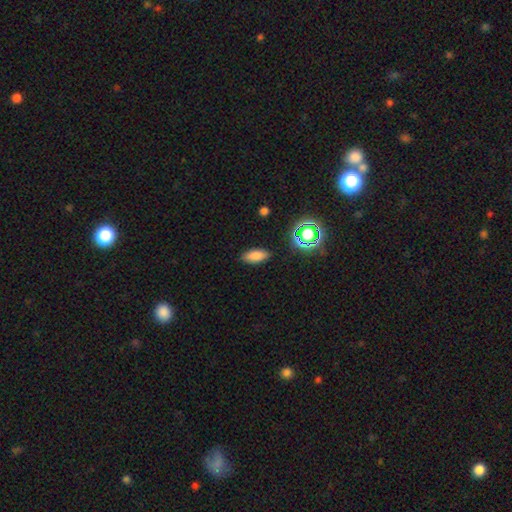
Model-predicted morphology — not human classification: This appears to be a smooth galaxy with no disk features (80%) that is in between round and cigar-shaped (86%). Merging: none (88%).